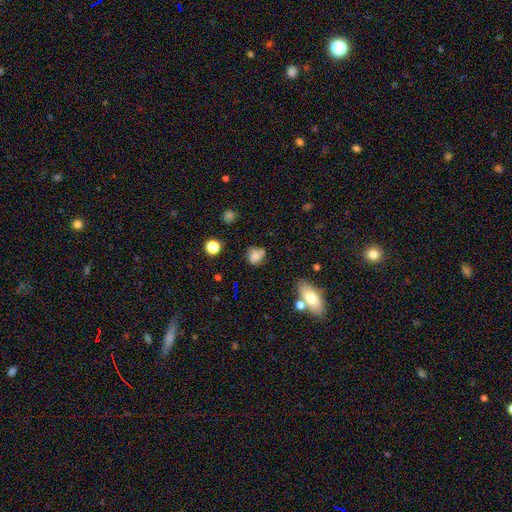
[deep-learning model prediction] Morphology: type=smooth (70%); roundness=round (63%); merging=none (57%).